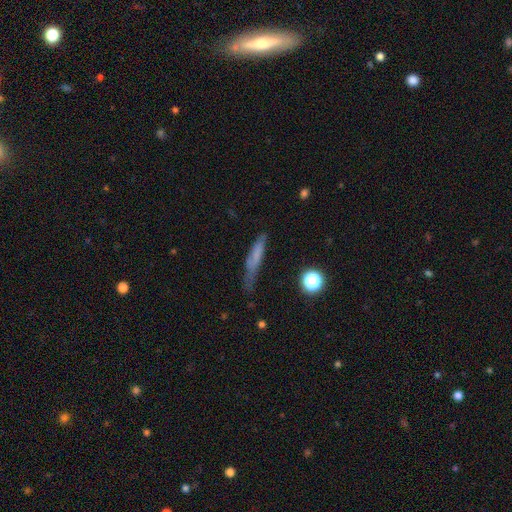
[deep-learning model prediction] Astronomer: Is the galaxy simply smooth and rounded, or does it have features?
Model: smooth — 61%.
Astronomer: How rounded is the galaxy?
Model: cigar-shaped — 85%.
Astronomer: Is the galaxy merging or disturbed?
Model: none — 50% (runner-up: minor disturbance, 32%).